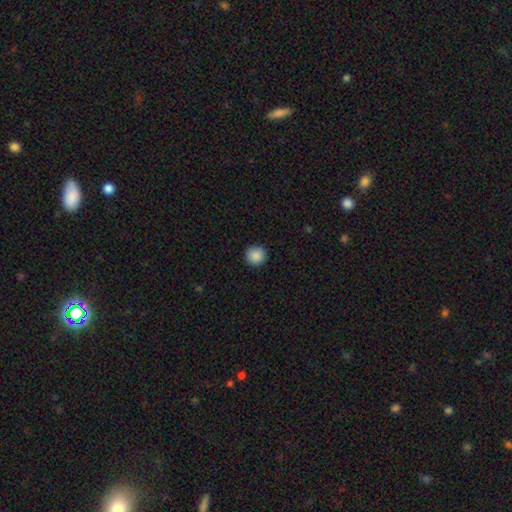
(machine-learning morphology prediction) Smooth or featured: smooth — 88% (star or artifact — 9%)
How rounded: round — 95% (in between — 4%)
Merging: none — 92% (minor disturbance — 5%)